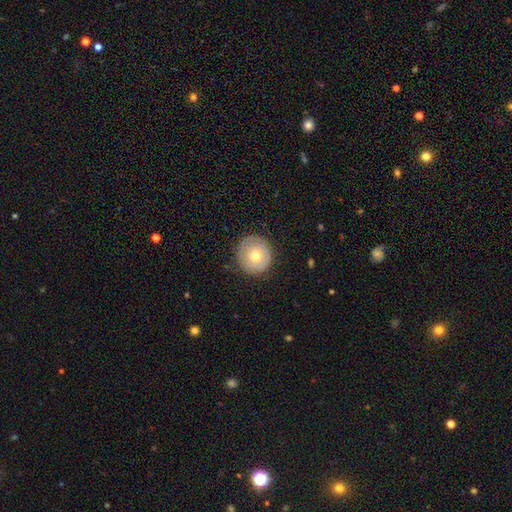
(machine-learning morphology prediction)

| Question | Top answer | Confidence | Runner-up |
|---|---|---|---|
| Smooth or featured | smooth | 64% | featured or disk (27%) |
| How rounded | round | 93% | in between (6%) |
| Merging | none | 83% | minor disturbance (13%) |